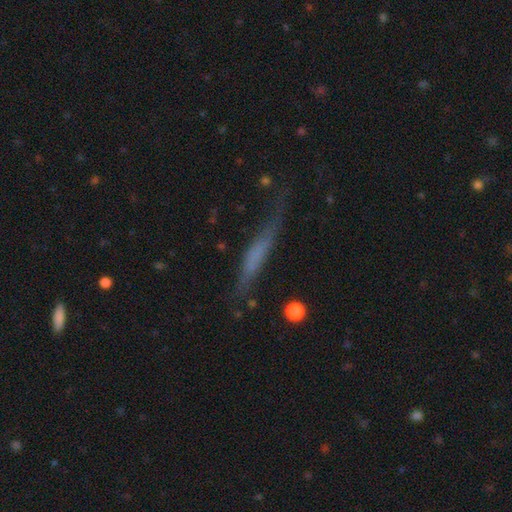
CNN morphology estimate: This appears to be a smooth galaxy with no disk features (46%). Merging: none (54%).